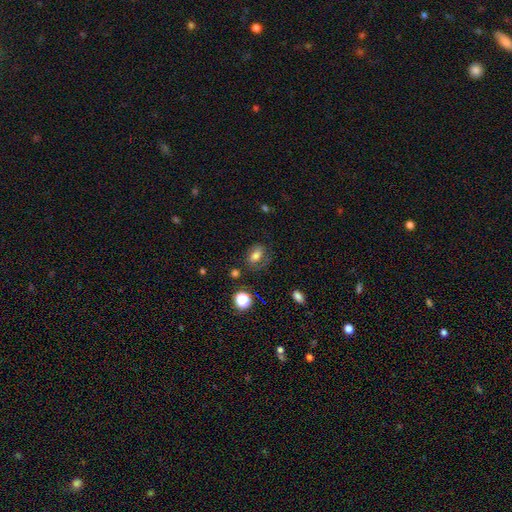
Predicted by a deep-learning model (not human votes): The model was most divided on "merging": none: 65%, minor disturbance: 20%, major disturbance: 11%, merger: 4%. More confident: how rounded — in between (73%); smooth or featured — smooth (66%).